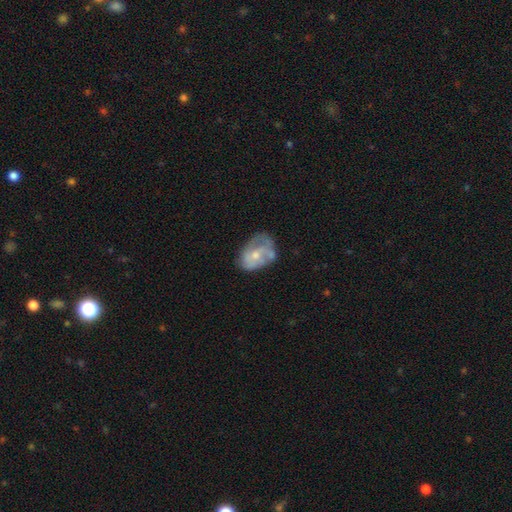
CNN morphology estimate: featured or disk 55%, smooth 37%, star or artifact 7%. Down the decision tree: edge-on disk — no (97%); bar — no (77%); spiral arms — no (53%); bulge size — small (47%); merging — none (39%).